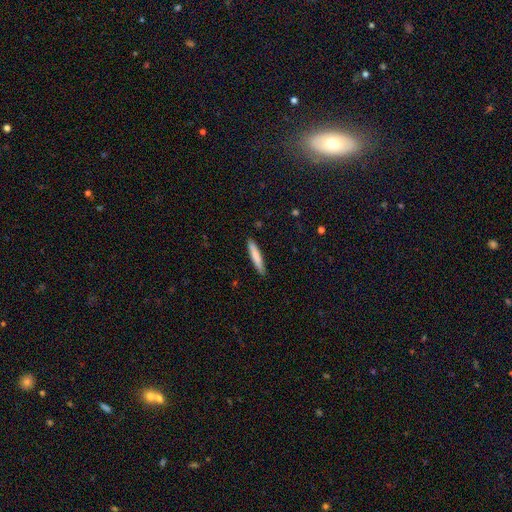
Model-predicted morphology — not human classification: type=smooth (79%); roundness=cigar-shaped (92%); merging=none (89%).